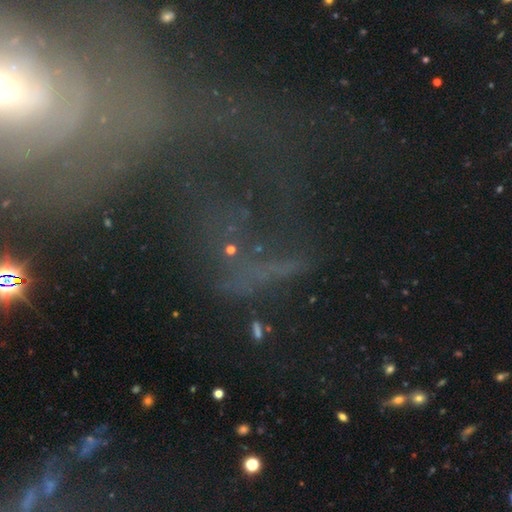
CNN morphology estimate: Smooth or featured: star or artifact — 48% (featured or disk — 33%)